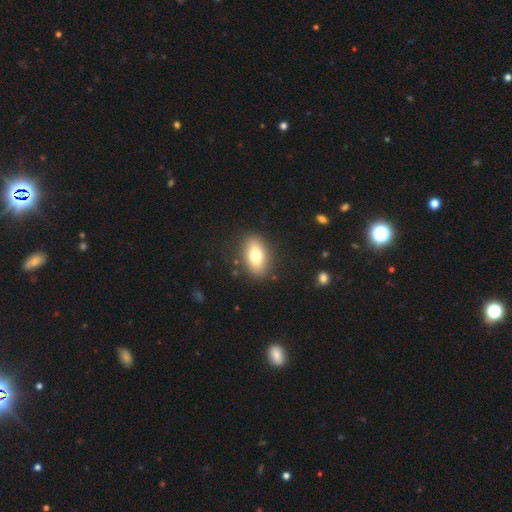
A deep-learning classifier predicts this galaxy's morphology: This appears to be a smooth galaxy with no disk features (74%) that is in between round and cigar-shaped (87%). Merging: none (86%).